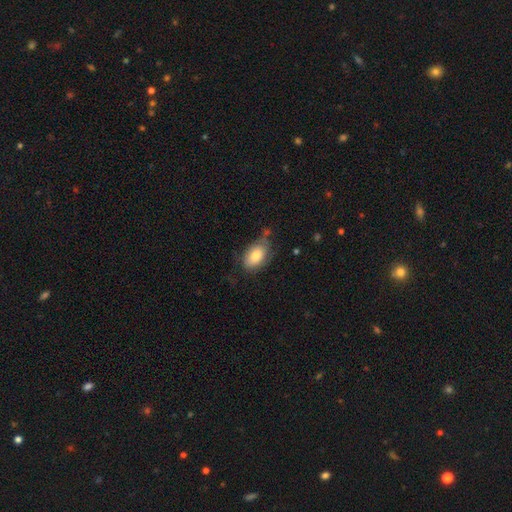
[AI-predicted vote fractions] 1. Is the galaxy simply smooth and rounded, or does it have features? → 78% smooth, 16% featured or disk, 6% star or artifact.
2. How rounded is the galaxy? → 92% in between, 7% round, 2% cigar-shaped.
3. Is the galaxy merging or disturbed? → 56% none, 29% minor disturbance, 10% major disturbance, 4% merger.